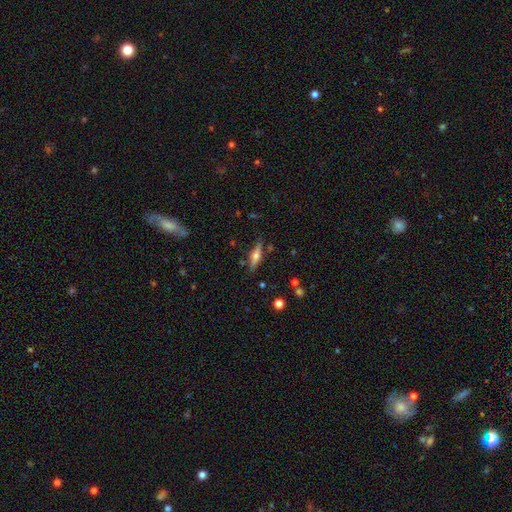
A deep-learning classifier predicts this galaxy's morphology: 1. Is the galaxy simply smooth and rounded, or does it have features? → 57% featured or disk, 36% smooth, 8% star or artifact.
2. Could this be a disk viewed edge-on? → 93% yes, 7% no.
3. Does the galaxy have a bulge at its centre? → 89% rounded, 7% boxy, 4% none.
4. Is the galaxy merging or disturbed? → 80% none, 13% minor disturbance, 3% major disturbance, 3% merger.